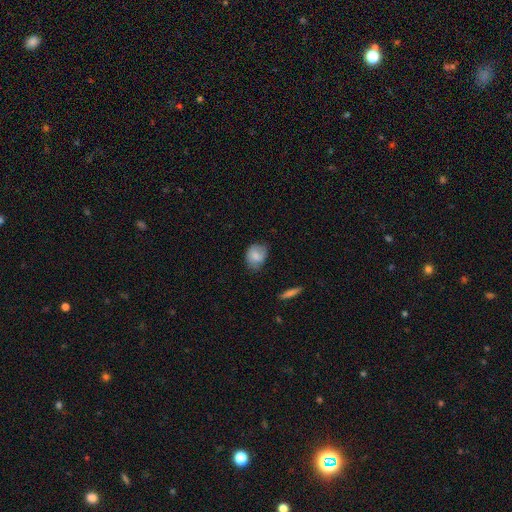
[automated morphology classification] smooth-or-featured: smooth: 73% | featured or disk: 20% | star or artifact: 7%
  how-rounded: round: 50% | in between: 49% | cigar-shaped: 1%
  merging: none: 63% | minor disturbance: 29% | major disturbance: 7% | merger: 2%